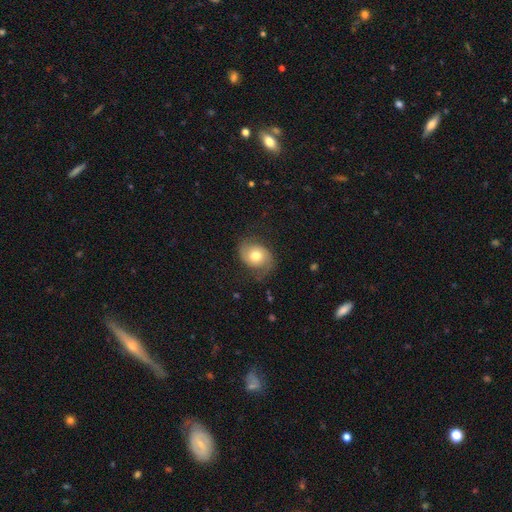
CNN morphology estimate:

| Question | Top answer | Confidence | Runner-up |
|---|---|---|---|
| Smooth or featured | featured or disk | 50% | smooth (43%) |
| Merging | none | 64% | minor disturbance (23%) |